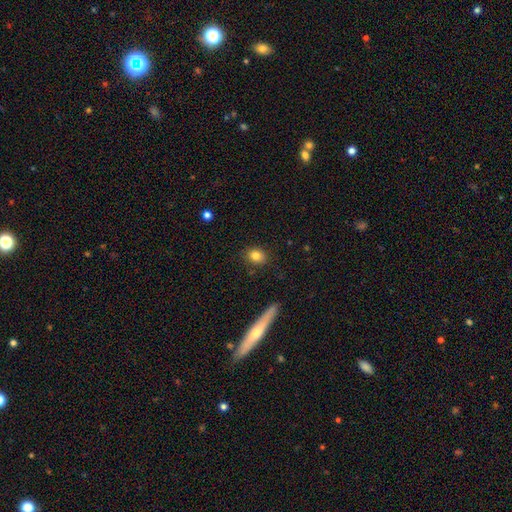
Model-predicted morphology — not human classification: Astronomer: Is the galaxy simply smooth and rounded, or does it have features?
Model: smooth — 82%.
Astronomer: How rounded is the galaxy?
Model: round — 51% (runner-up: in between, 47%).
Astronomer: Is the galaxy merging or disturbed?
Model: none — 86%.